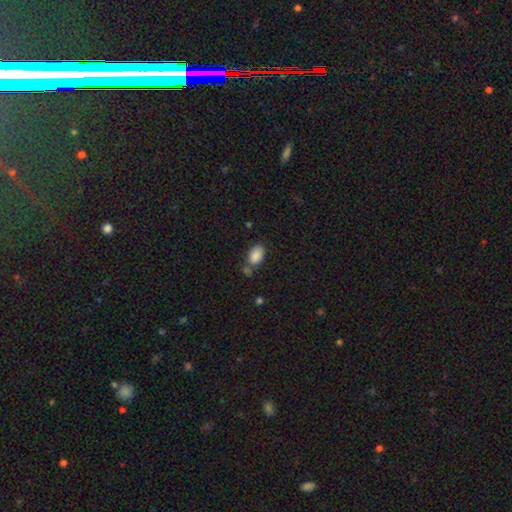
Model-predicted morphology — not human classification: smooth-or-featured: smooth: 87% | star or artifact: 8% | featured or disk: 5%
  how-rounded: in between: 91% | round: 7% | cigar-shaped: 2%
  merging: none: 58% | merger: 19% | minor disturbance: 17% | major disturbance: 6%